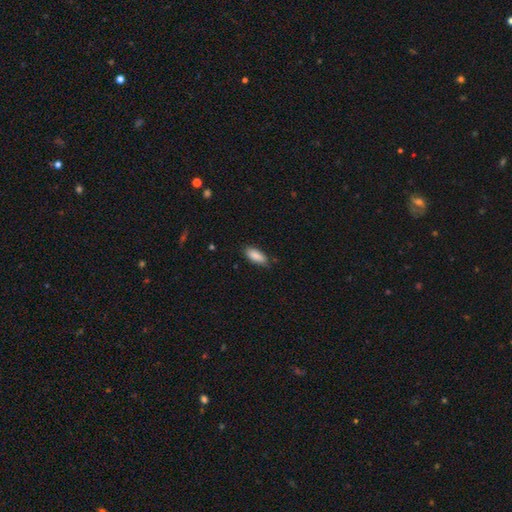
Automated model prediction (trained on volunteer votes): A smooth galaxy with no disk features (89%) that is in between round and cigar-shaped (80%). Merging: none (81%).